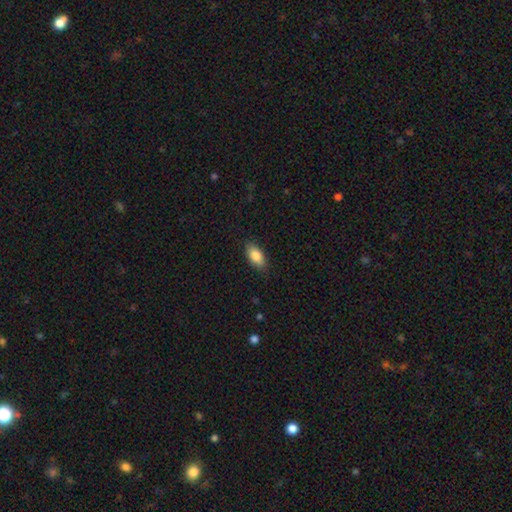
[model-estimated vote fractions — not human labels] Smooth or featured?
  - smooth: 84% *
  - featured or disk: 9%
  - star or artifact: 7%
How rounded?
  - in between: 91% *
  - cigar-shaped: 6%
  - round: 3%
Merging?
  - none: 86% *
  - minor disturbance: 11%
  - major disturbance: 2%
  - merger: 1%